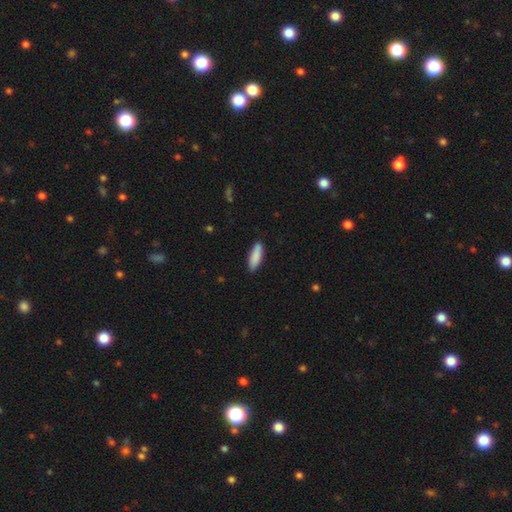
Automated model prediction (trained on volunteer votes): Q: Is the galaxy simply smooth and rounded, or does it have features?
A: smooth — 88%.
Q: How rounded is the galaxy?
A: in between — 49%, tied with cigar-shaped.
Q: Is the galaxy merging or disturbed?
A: none — 85%.